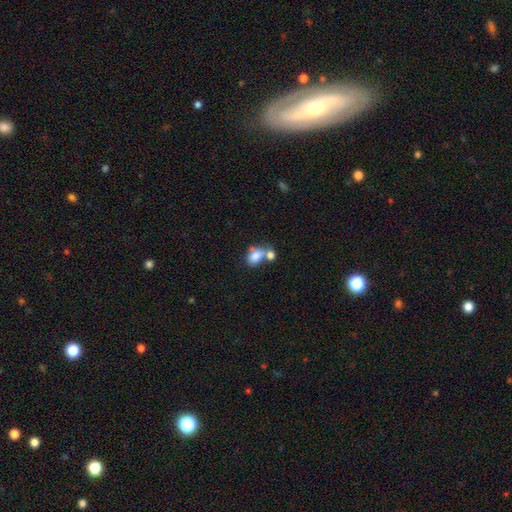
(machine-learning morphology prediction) Smooth or featured?
  - smooth: 79% *
  - featured or disk: 12%
  - star or artifact: 9%
How rounded?
  - in between: 76% *
  - round: 22%
  - cigar-shaped: 1%
Merging?
  - merger: 50% *
  - none: 31%
  - minor disturbance: 12%
  - major disturbance: 6%